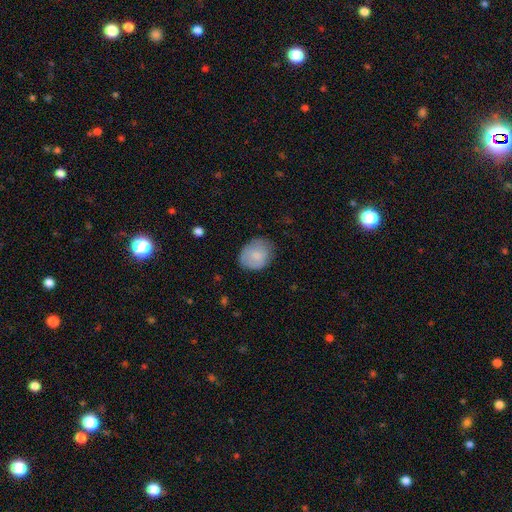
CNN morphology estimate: Overall: smooth (79%). How rounded: round (56%; in between 43%). Merging: none (70%).